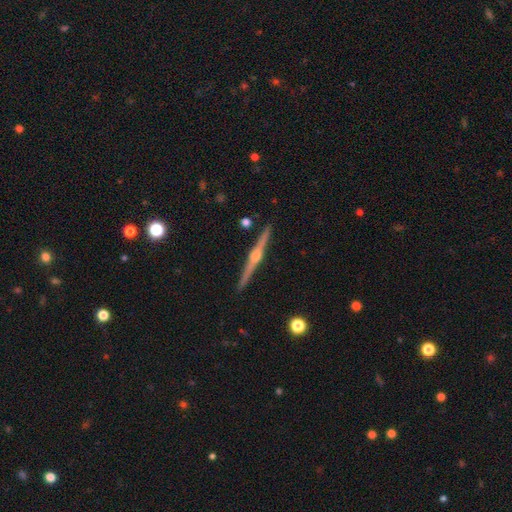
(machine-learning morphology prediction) smooth-or-featured: featured or disk: 86% | smooth: 9% | star or artifact: 5%
  disk-edge-on: yes: 99% | no: 1%
    edge-on-bulge: rounded: 93% | boxy: 4% | none: 3%
  merging: none: 93% | minor disturbance: 5% | merger: 1% | major disturbance: 1%